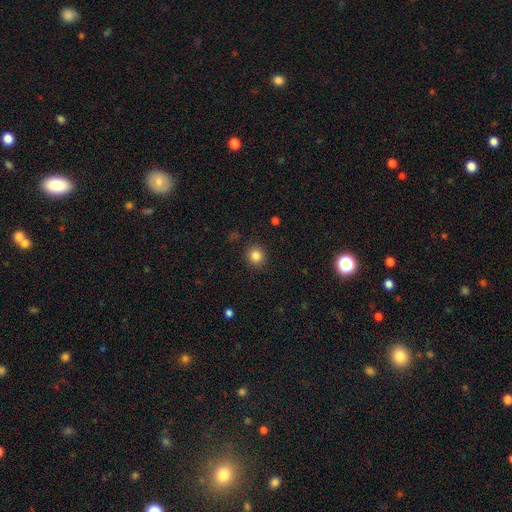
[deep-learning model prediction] This is clearly a smooth galaxy (84%). How rounded: clearly round (90%). Merging: clearly none (89%).